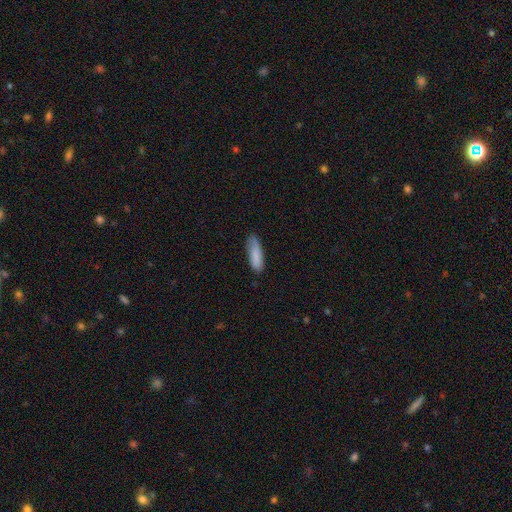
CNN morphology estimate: Q: Smooth or featured?
A: smooth (85%); runner-up: featured or disk (9%)
Q: How rounded?
A: cigar-shaped (50%); runner-up: in between (48%)
Q: Merging?
A: none (68%); runner-up: minor disturbance (26%)